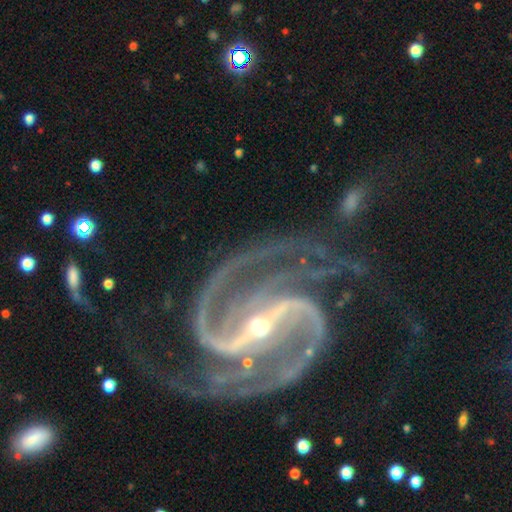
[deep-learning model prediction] Q: Smooth or featured?
A: featured or disk (94%); runner-up: star or artifact (4%)
Q: Edge-on disk?
A: no (98%); runner-up: yes (2%)
Q: Bar?
A: strong (72%); runner-up: weak (21%)
Q: Spiral arms?
A: yes (99%); runner-up: no (1%)
Q: Spiral winding?
A: medium (60%); runner-up: tight (26%)
Q: Spiral arm count?
A: 2 (71%); runner-up: 3 (11%)
Q: Bulge size?
A: small (60%); runner-up: moderate (37%)
Q: Merging?
A: none (63%); runner-up: minor disturbance (19%)